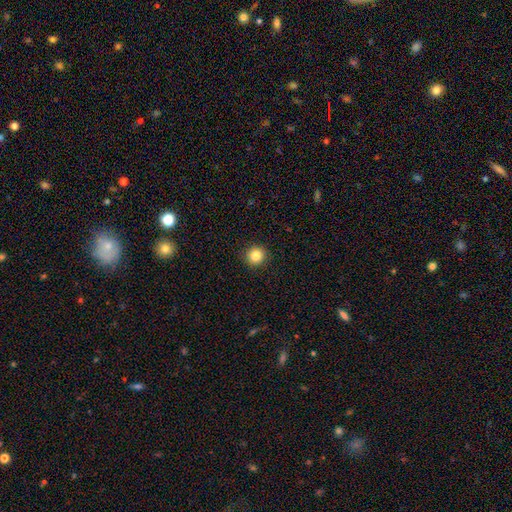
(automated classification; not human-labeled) Q: Smooth or featured?
A: smooth (85%); runner-up: star or artifact (10%)
Q: How rounded?
A: round (93%); runner-up: in between (6%)
Q: Merging?
A: none (92%); runner-up: minor disturbance (5%)